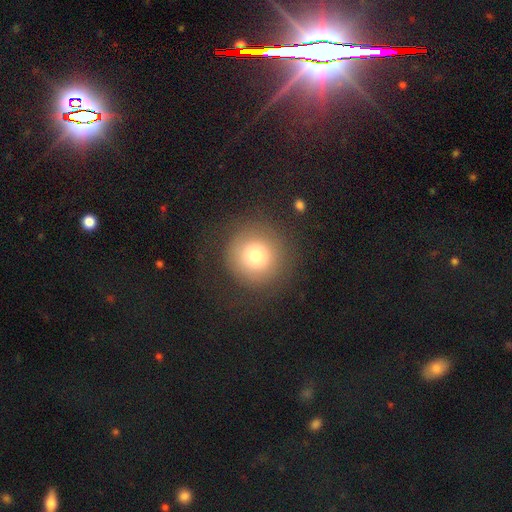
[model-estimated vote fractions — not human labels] This is likely a smooth galaxy (73%). How rounded: clearly round (96%). Merging: likely none (80%).